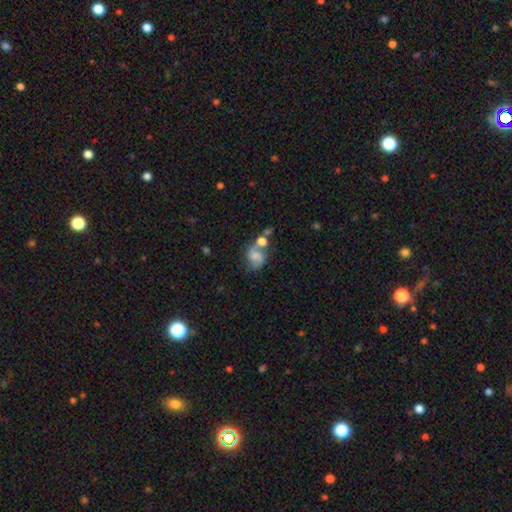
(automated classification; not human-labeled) A featured or disk galaxy (49%).

Vote fractions:
- Smooth or featured? featured or disk: 49% / smooth: 40% / star or artifact: 11%
- Merging? none: 35% (tied) / merger: 35% (tied) / minor disturbance: 17% / major disturbance: 13%